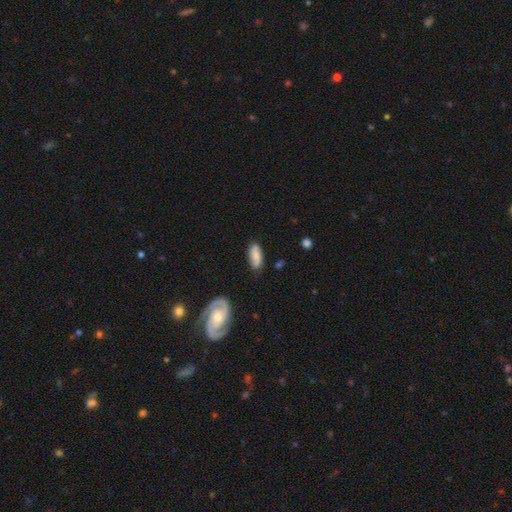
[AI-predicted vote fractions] This appears to be a smooth galaxy with no disk features (63%) that is in between round and cigar-shaped (79%). Merging: none (77%).